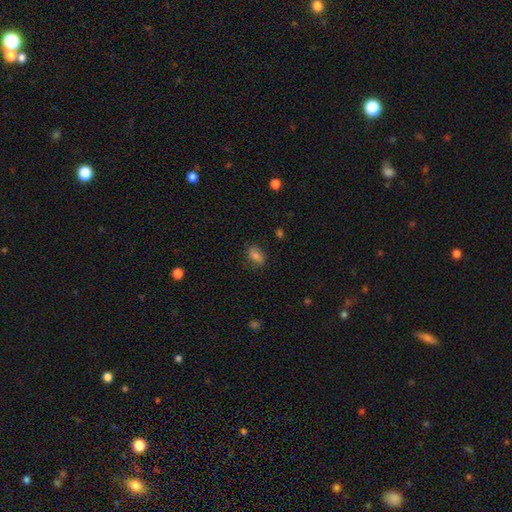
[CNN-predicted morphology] Smooth or featured: smooth — 70% (featured or disk — 18%)
How rounded: in between — 80% (round — 16%)
Merging: none — 79% (minor disturbance — 15%)